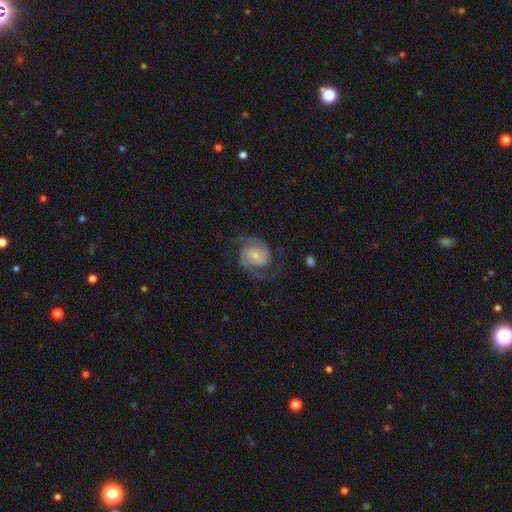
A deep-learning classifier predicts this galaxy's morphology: The model was most divided on "bar": no: 57%, weak: 34%, strong: 9%. More confident: edge-on disk — no (98%); spiral arms — yes (97%); spiral arm count — 2 (90%); smooth or featured — featured or disk (84%); merging — none (71%); bulge size — small (64%); spiral winding — medium (53%).